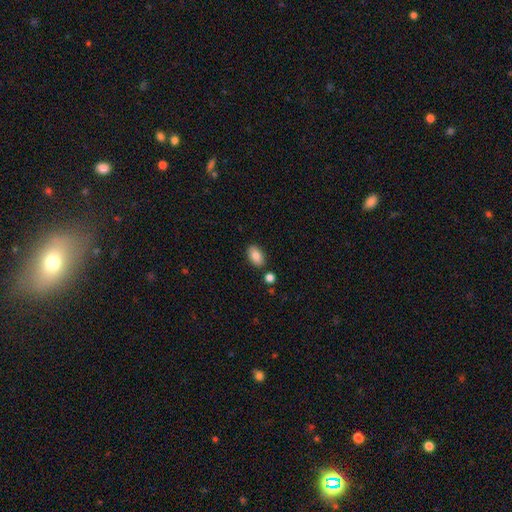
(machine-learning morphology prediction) Q: Smooth or featured?
A: smooth (83%); runner-up: featured or disk (9%)
Q: How rounded?
A: in between (91%); runner-up: round (7%)
Q: Merging?
A: none (85%); runner-up: minor disturbance (9%)